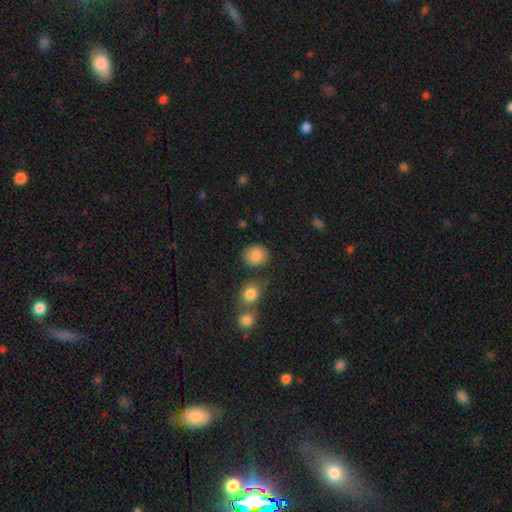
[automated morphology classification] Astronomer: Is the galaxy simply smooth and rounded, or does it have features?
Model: smooth — 87%.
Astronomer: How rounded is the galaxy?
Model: round — 76%.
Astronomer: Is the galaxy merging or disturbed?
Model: none — 79%.